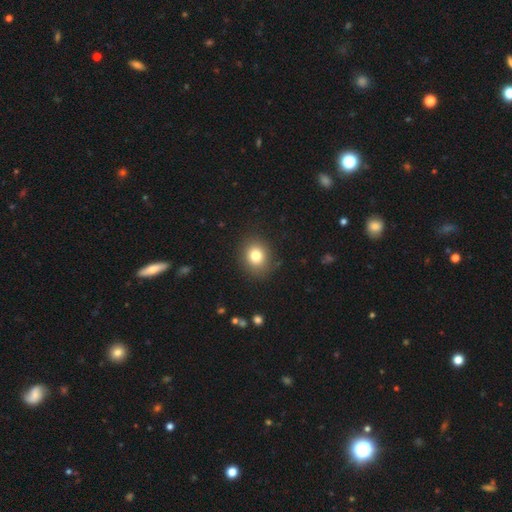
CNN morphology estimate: Q: Smooth or featured?
A: smooth (80%); runner-up: star or artifact (12%)
Q: How rounded?
A: round (71%); runner-up: in between (29%)
Q: Merging?
A: none (87%); runner-up: minor disturbance (9%)